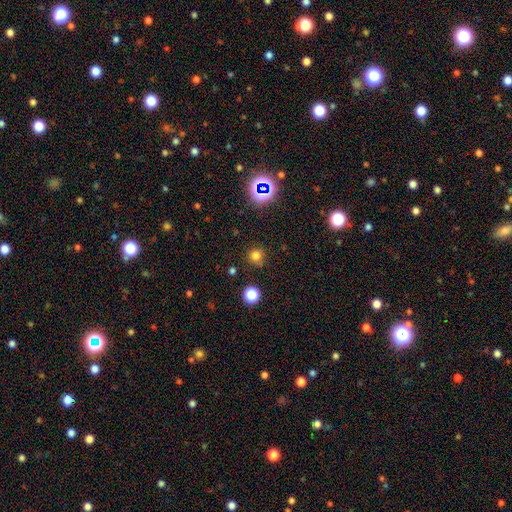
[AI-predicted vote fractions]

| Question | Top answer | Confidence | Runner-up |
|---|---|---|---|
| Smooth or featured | smooth | 74% | star or artifact (20%) |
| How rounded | round | 93% | in between (6%) |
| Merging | none | 84% | minor disturbance (10%) |